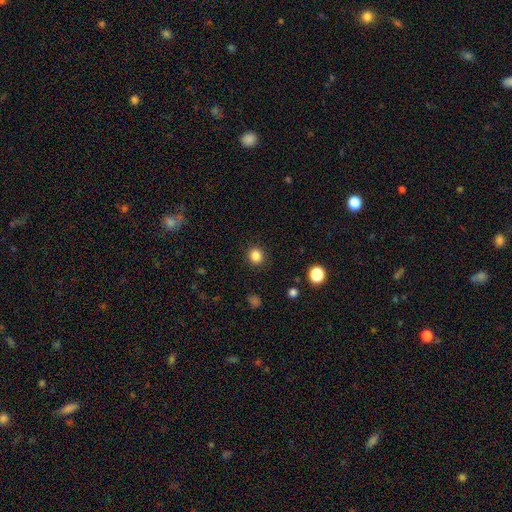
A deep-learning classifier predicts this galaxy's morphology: smooth 84%, star or artifact 12%, featured or disk 4%. Down the decision tree: how rounded — round (86%); merging — none (90%).